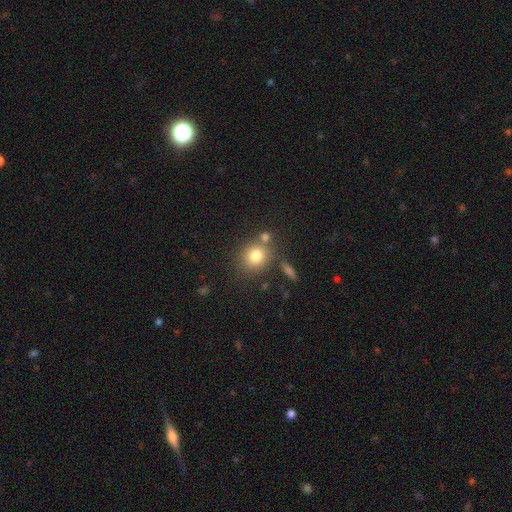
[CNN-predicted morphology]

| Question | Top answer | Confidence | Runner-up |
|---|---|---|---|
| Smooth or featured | smooth | 79% | star or artifact (11%) |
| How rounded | round | 81% | in between (18%) |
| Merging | none | 67% | merger (18%) |